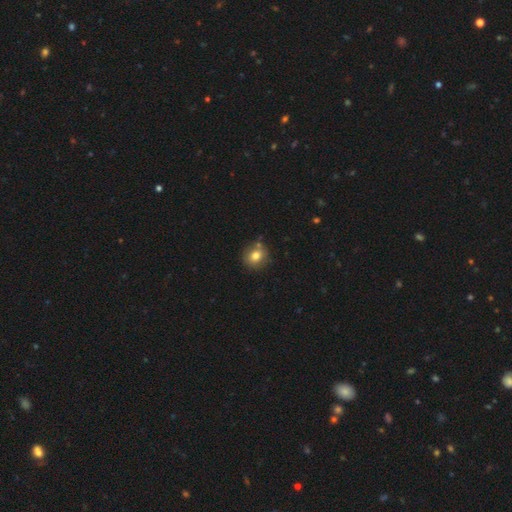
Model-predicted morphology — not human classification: smooth_or_featured: smooth (p=0.79) [alt: star or artifact p=0.11]
how_rounded: round (p=0.82) [alt: in between p=0.17]
merging: none (p=0.75) [alt: minor disturbance p=0.14]